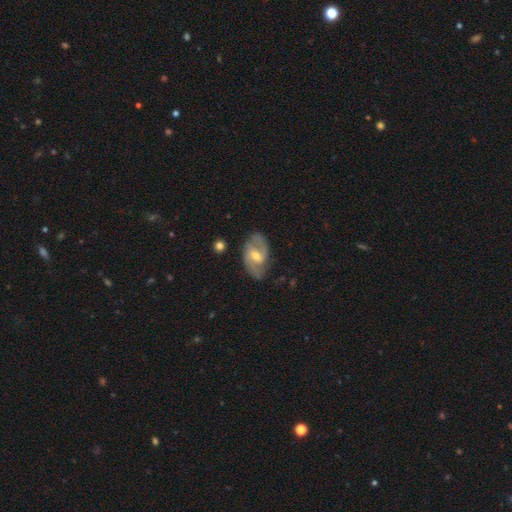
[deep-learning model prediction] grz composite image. It shows a featured or disk galaxy (79%) with a weak bar (55%), 2 (83%) medium (52%) spiral arms (92%) and a moderate central bulge (60%). Merging: none (75%).